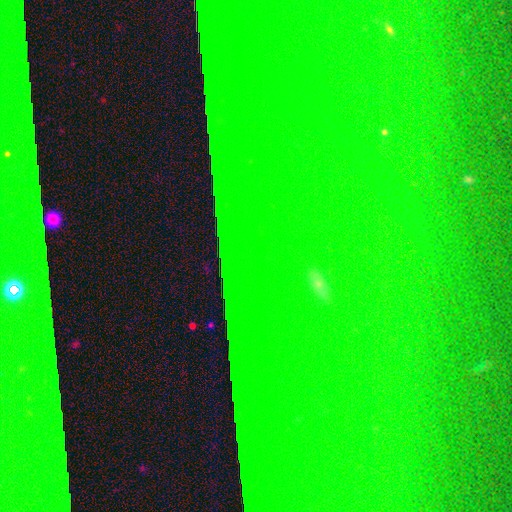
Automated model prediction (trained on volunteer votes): Q: Smooth or featured?
A: star or artifact (84%); runner-up: featured or disk (8%)